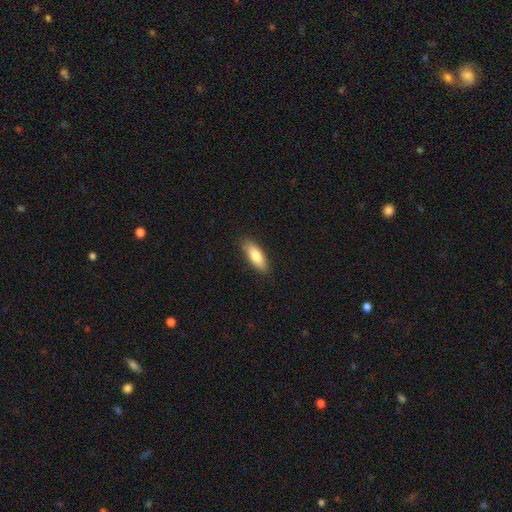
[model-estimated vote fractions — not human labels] Q: Smooth or featured?
A: smooth (82%); runner-up: featured or disk (12%)
Q: How rounded?
A: in between (67%); runner-up: cigar-shaped (31%)
Q: Merging?
A: none (85%); runner-up: minor disturbance (12%)